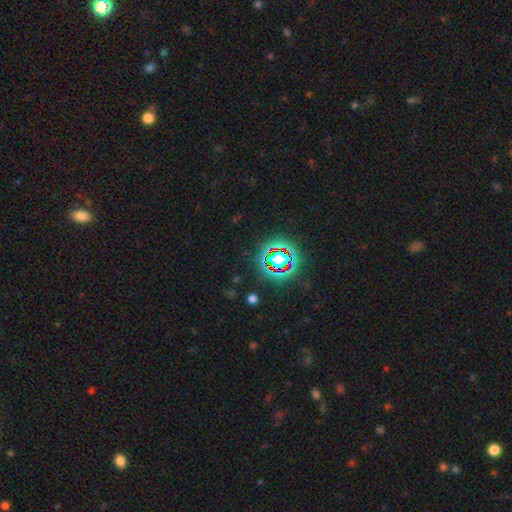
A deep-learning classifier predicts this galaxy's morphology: This appears to be a star or artifact, not a galaxy (80%).